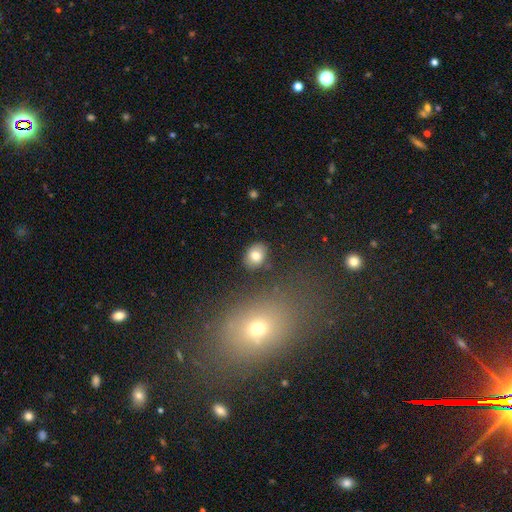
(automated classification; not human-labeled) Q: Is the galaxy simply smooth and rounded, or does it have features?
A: smooth — 79%.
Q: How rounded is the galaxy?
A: in between — 61%.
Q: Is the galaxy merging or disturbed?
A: none — 82%.